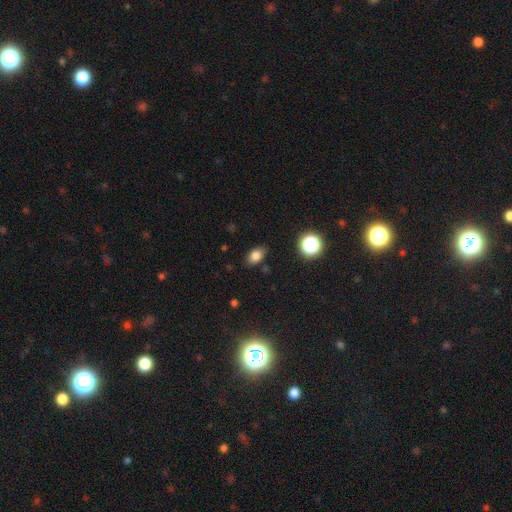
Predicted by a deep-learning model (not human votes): Smooth or featured? Predicted: smooth (p=0.80). How rounded? Predicted: in between (p=0.81). Merging? Predicted: none (p=0.83).